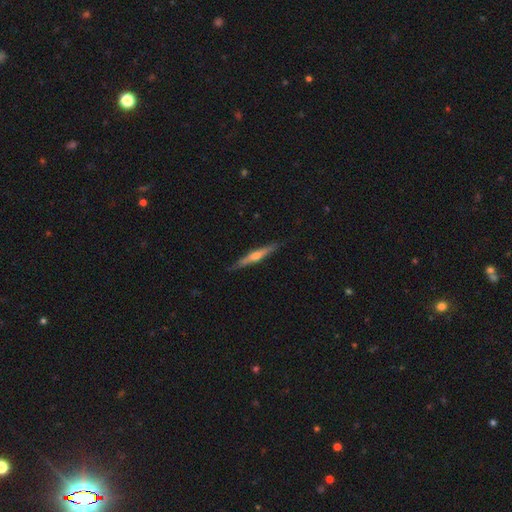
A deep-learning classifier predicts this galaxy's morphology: smooth-or-featured: featured or disk: 66% | smooth: 28% | star or artifact: 6%
  disk-edge-on: yes: 97% | no: 3%
    edge-on-bulge: rounded: 85% | none: 10% | boxy: 5%
  merging: none: 87% | minor disturbance: 10% | major disturbance: 2% | merger: 1%